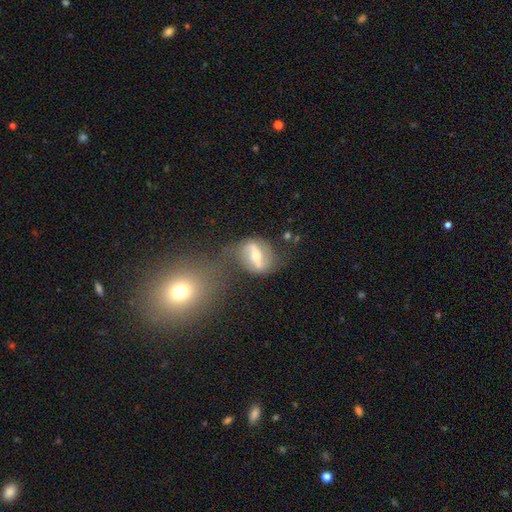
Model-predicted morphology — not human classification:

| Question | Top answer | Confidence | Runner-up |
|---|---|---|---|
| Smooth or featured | featured or disk | 72% | smooth (21%) |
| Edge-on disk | no | 93% | yes (7%) |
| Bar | strong | 63% | weak (25%) |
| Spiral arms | yes | 78% | no (22%) |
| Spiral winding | loose | 48% | medium (36%) |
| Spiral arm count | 2 | 87% | can't tell (7%) |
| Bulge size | moderate | 49% | small (39%) |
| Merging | none | 56% | minor disturbance (19%) |